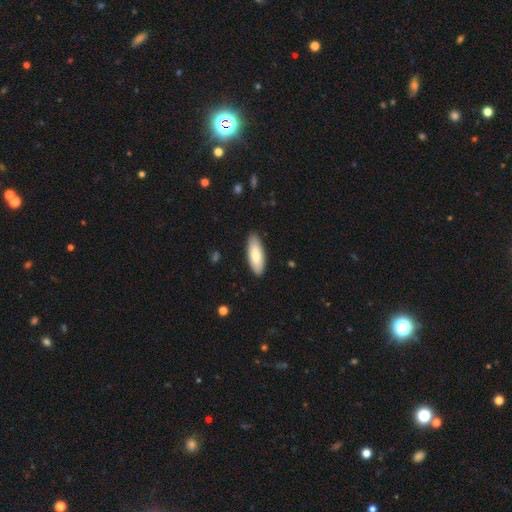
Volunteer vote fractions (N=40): This is clearly a smooth galaxy (82%). How rounded: likely in between (73%). Merging: clearly none (87%).